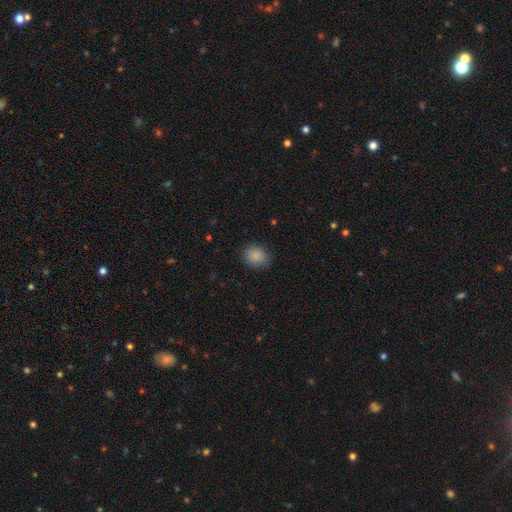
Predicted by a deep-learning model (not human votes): Overall: smooth (87%). How rounded: round (72%). Merging: none (86%).